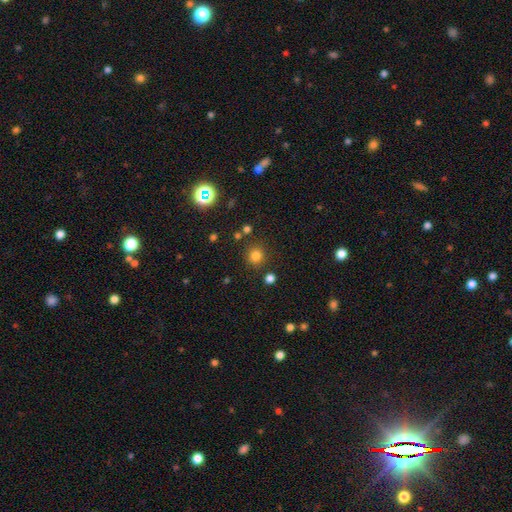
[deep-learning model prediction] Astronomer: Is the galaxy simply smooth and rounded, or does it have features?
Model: smooth — 80%.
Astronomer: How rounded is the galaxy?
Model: round — 89%.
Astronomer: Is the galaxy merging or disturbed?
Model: none — 83%.